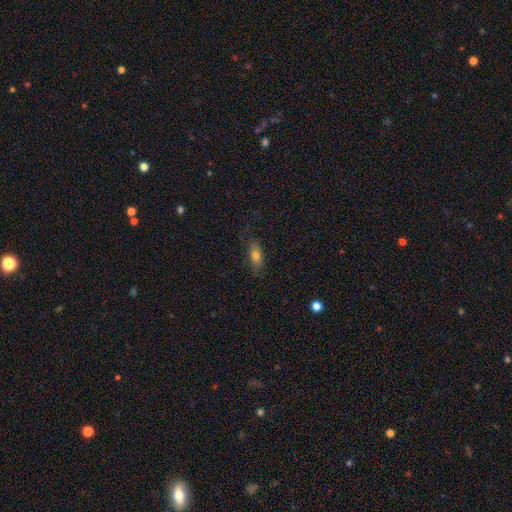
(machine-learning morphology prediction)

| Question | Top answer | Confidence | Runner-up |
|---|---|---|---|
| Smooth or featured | smooth | 75% | featured or disk (16%) |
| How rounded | in between | 78% | cigar-shaped (17%) |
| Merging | none | 75% | minor disturbance (18%) |